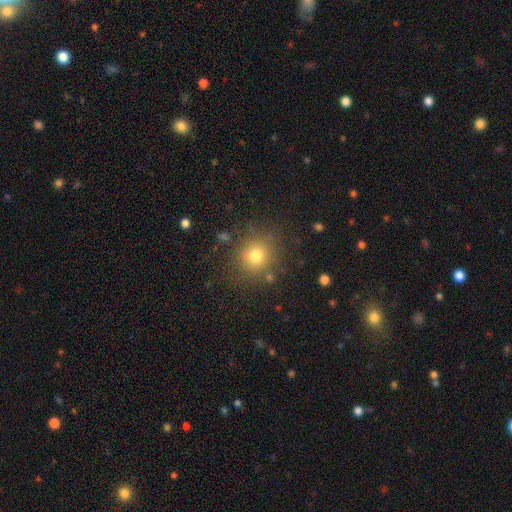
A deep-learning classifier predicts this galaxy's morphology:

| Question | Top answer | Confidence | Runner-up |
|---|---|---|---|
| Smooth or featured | smooth | 75% | star or artifact (16%) |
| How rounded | round | 90% | in between (9%) |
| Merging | none | 83% | minor disturbance (10%) |